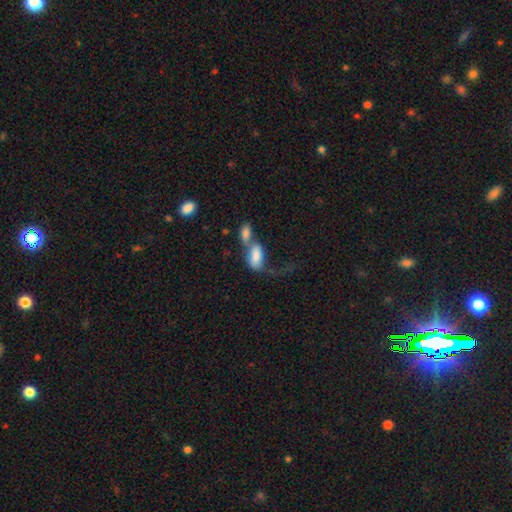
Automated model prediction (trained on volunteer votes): smooth_or_featured: smooth (p=0.74) [alt: featured or disk p=0.18]
how_rounded: in between (p=0.90) [alt: cigar-shaped p=0.06]
merging: merger (p=0.72) [alt: major disturbance p=0.12]